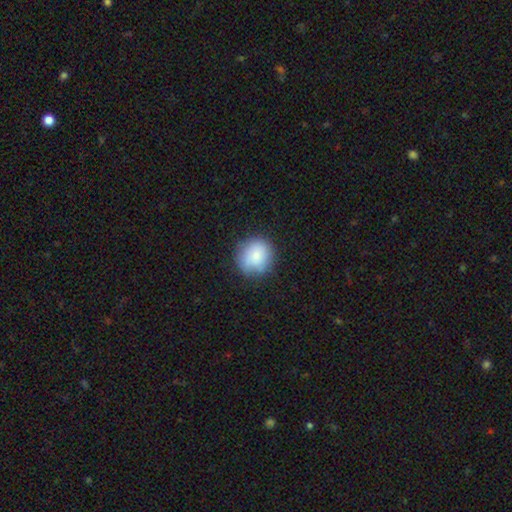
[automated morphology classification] type=smooth (79%); roundness=round (90%); merging=none (77%).